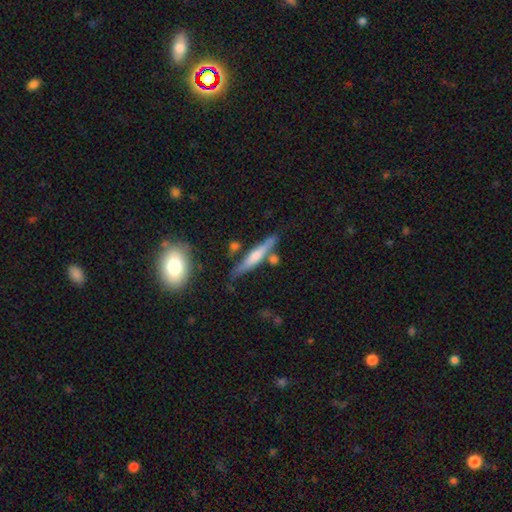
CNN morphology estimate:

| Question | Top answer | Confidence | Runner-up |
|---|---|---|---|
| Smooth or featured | featured or disk | 48% | smooth (45%) |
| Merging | none | 74% | minor disturbance (14%) |